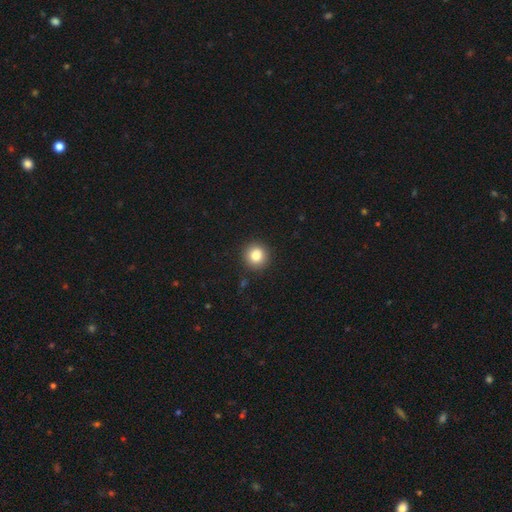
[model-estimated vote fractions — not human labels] The model was most divided on "smooth or featured": smooth: 83%, star or artifact: 10%, featured or disk: 6%. More confident: how rounded — round (93%); merging — none (91%).